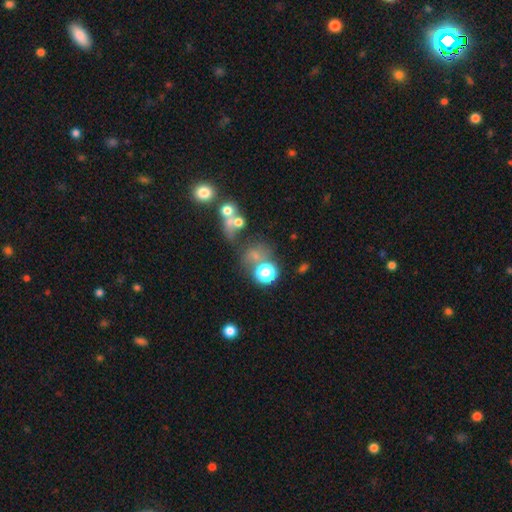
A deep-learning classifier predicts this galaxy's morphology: smooth_or_featured: smooth (p=0.45) [alt: star or artifact p=0.34]
merging: none (p=0.41) [alt: merger p=0.31]